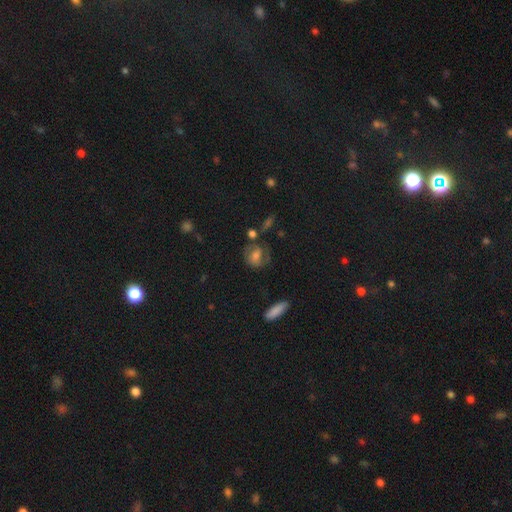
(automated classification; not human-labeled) This appears to be a smooth galaxy with no disk features (51%) that is round (54%). Merging: none (53%).